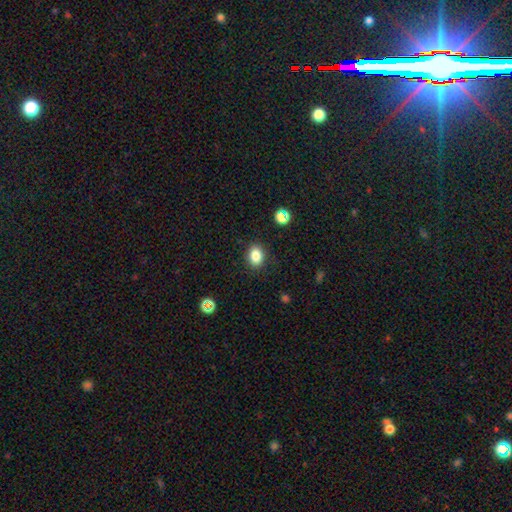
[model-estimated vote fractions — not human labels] Smooth or featured? Predicted: smooth (p=0.84). How rounded? Predicted: in between (p=0.64). Merging? Predicted: none (p=0.88).